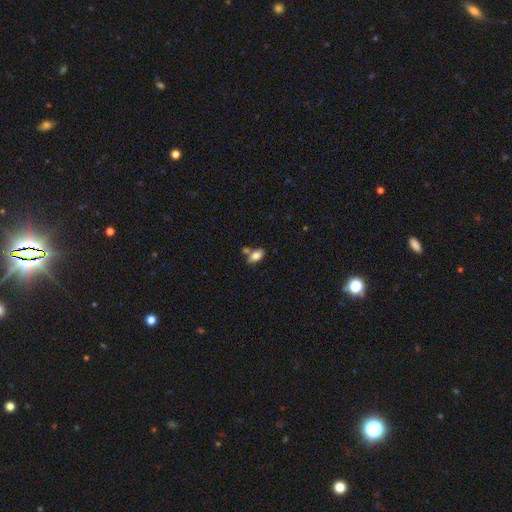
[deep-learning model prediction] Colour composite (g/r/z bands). It shows a smooth galaxy with no disk features (81%) that is in between round and cigar-shaped (91%). Merging: none (64%).